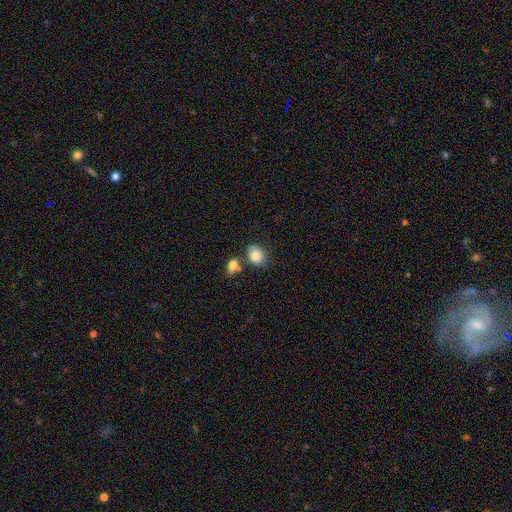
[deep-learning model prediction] Overall: smooth (84%). How rounded: in between (57%; round 42%). Merging: none (58%; merger 22%).